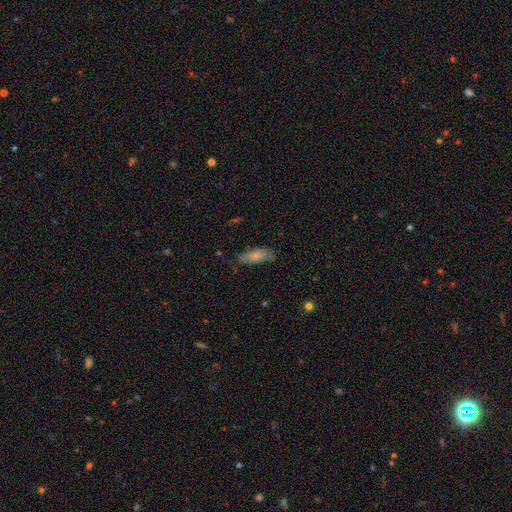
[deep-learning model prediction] A smooth galaxy with no disk features (76%) that is in between round and cigar-shaped (72%). Merging: none (72%).